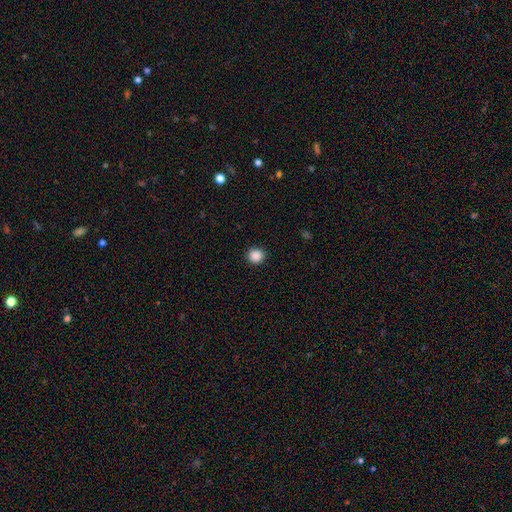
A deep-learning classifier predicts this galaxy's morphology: Smooth or featured: smooth — 88% (star or artifact — 10%)
How rounded: round — 93% (in between — 7%)
Merging: none — 91% (minor disturbance — 6%)